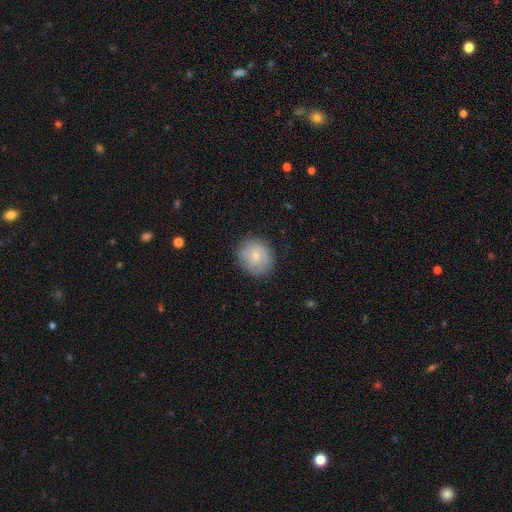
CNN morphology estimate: smooth-or-featured: smooth: 68% | featured or disk: 25% | star or artifact: 7%
  how-rounded: round: 82% | in between: 17% | cigar-shaped: 1%
  merging: none: 83% | minor disturbance: 12% | major disturbance: 3% | merger: 1%